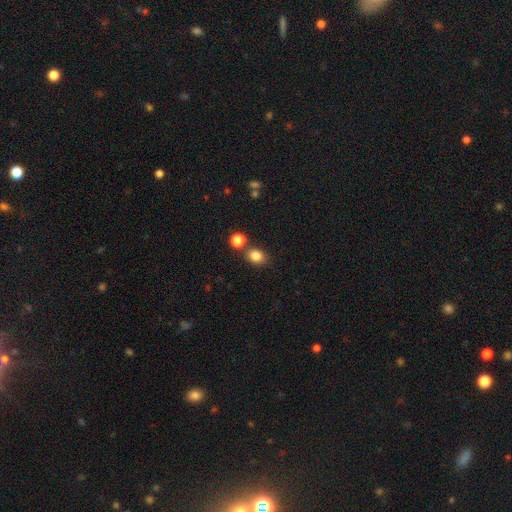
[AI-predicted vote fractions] Smooth or featured?
  - smooth: 83% *
  - star or artifact: 12%
  - featured or disk: 6%
How rounded?
  - round: 51% *
  - in between: 48%
  - cigar-shaped: 1%
Merging?
  - none: 71% *
  - merger: 15%
  - minor disturbance: 10%
  - major disturbance: 3%